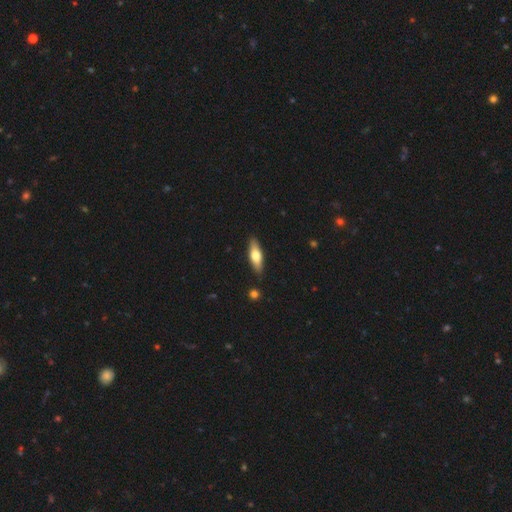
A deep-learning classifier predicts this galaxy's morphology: The model was most divided on "how rounded" (2-way tie): cigar-shaped: 49%, in between: 49%, round: 2%. More confident: merging — none (88%); smooth or featured — smooth (60%).